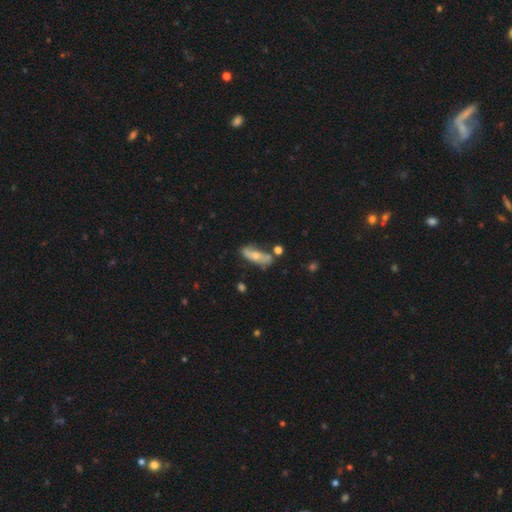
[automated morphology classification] smooth-or-featured: smooth: 50% | featured or disk: 43% | star or artifact: 7%
  merging: none: 56% | minor disturbance: 23% | merger: 12% | major disturbance: 8%